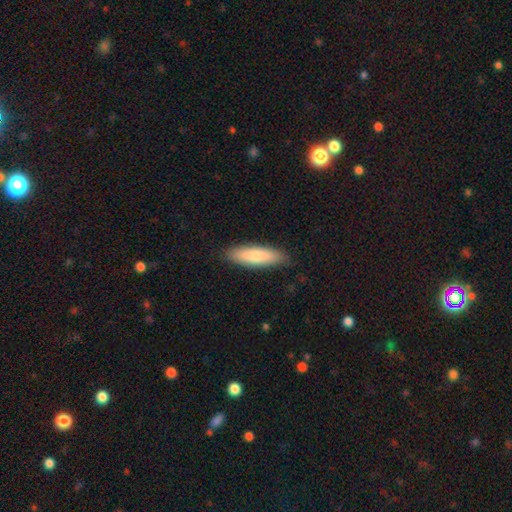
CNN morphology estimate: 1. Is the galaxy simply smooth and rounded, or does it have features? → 76% smooth, 18% featured or disk, 5% star or artifact.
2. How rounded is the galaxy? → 54% cigar-shaped, 44% in between, 2% round.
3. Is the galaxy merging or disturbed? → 85% none, 12% minor disturbance, 2% major disturbance, 1% merger.